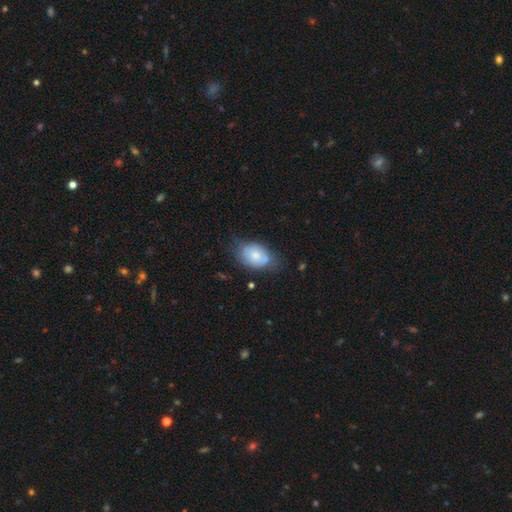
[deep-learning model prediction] A smooth galaxy with no disk features (66%) that is in between round and cigar-shaped (86%). Merging: none (55%).